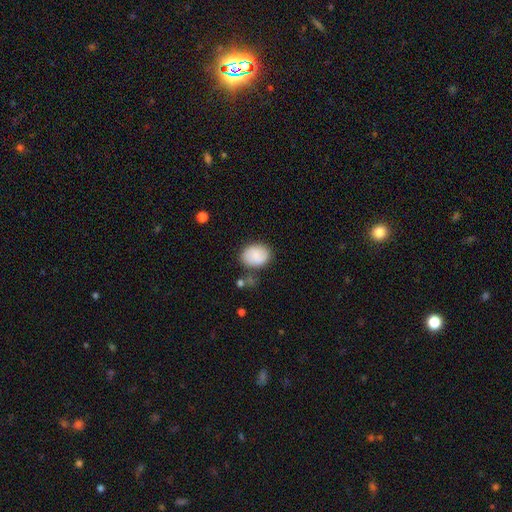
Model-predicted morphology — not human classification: Smooth or featured? smooth (84%)
How rounded? in between (66%)
Merging? none (72%)